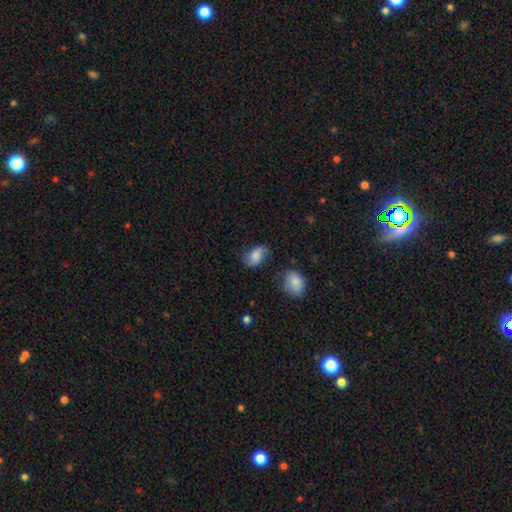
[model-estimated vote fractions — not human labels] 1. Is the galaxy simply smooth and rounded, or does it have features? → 57% smooth, 33% featured or disk, 9% star or artifact.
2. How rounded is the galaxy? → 84% in between, 14% round, 2% cigar-shaped.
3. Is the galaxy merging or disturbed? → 63% none, 25% minor disturbance, 8% major disturbance, 4% merger.